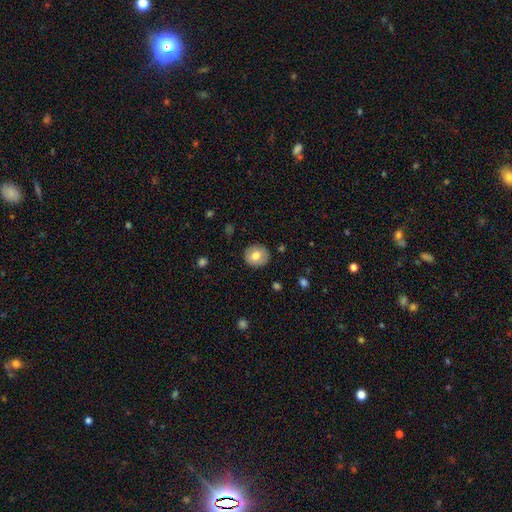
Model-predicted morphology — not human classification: Overall: smooth (71%). How rounded: round (85%). Merging: none (87%).